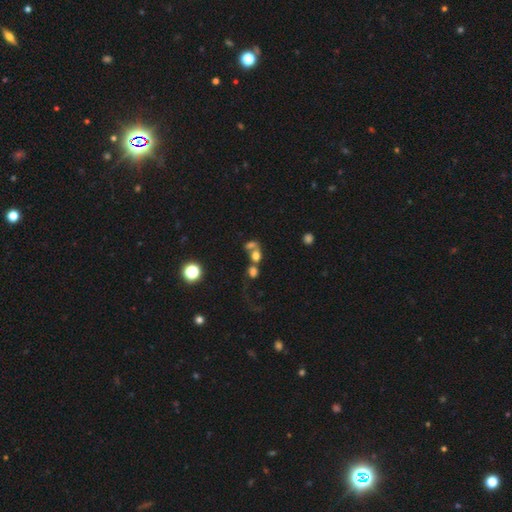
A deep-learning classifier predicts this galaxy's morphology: Smooth or featured?
  - smooth: 64% *
  - star or artifact: 19%
  - featured or disk: 18%
How rounded?
  - round: 64% *
  - in between: 34%
  - cigar-shaped: 2%
Merging?
  - merger: 59% *
  - none: 24%
  - major disturbance: 10%
  - minor disturbance: 7%